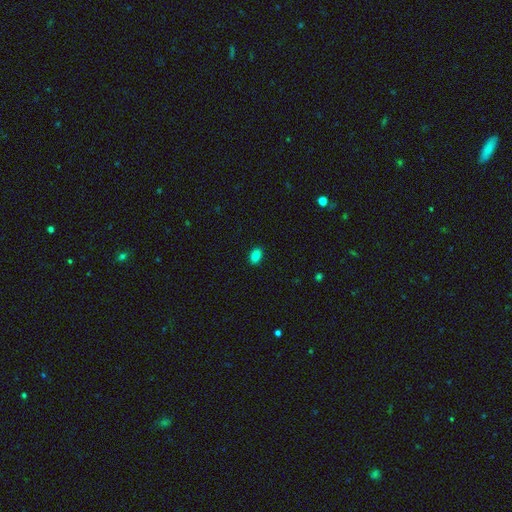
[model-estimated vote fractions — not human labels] Smooth or featured?
  - smooth: 86% *
  - star or artifact: 11%
  - featured or disk: 3%
How rounded?
  - in between: 86% *
  - round: 13%
  - cigar-shaped: 1%
Merging?
  - none: 89% *
  - minor disturbance: 8%
  - major disturbance: 2%
  - merger: 1%